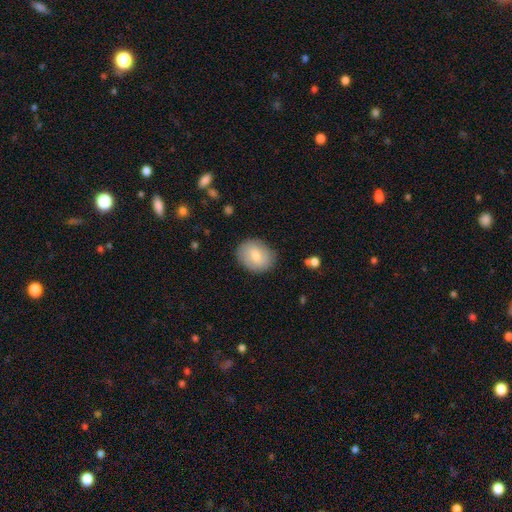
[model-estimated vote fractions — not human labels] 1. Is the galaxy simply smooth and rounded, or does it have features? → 72% smooth, 21% featured or disk, 7% star or artifact.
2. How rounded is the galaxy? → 53% round, 46% in between, 1% cigar-shaped.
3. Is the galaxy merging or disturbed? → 85% none, 11% minor disturbance, 3% major disturbance, 1% merger.